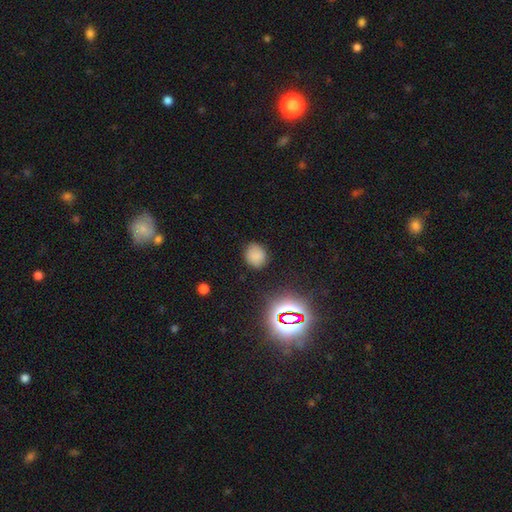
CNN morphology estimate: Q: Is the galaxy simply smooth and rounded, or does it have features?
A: smooth — 78%.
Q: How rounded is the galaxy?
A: round — 75%.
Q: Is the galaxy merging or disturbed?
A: none — 84%.